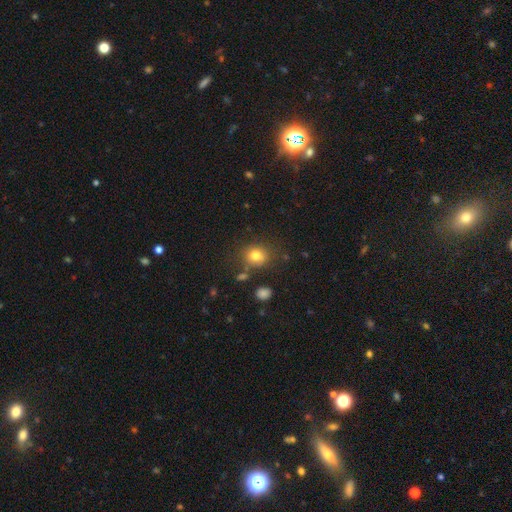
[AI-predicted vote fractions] smooth_or_featured: smooth (p=0.79) [alt: star or artifact p=0.13]
how_rounded: round (p=0.73) [alt: in between p=0.27]
merging: none (p=0.76) [alt: minor disturbance p=0.13]